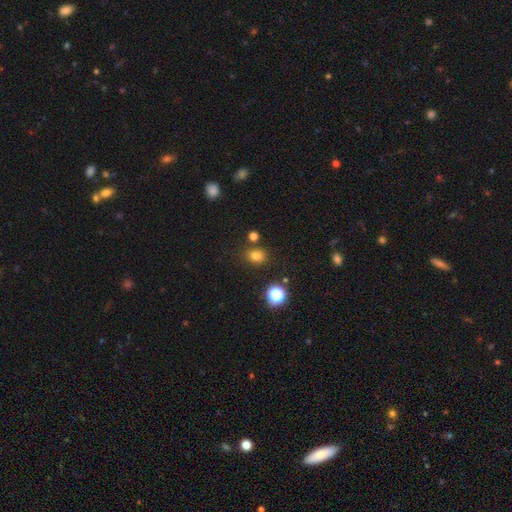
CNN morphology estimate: Q: Smooth or featured?
A: smooth (75%); runner-up: star or artifact (18%)
Q: How rounded?
A: round (62%); runner-up: in between (37%)
Q: Merging?
A: none (78%); runner-up: minor disturbance (11%)